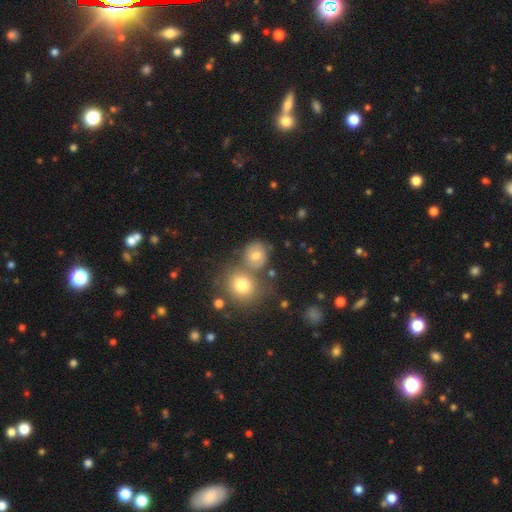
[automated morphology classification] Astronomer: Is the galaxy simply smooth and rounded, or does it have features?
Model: smooth — 66%.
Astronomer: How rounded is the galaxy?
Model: round — 76%.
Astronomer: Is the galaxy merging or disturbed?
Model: none — 57%.